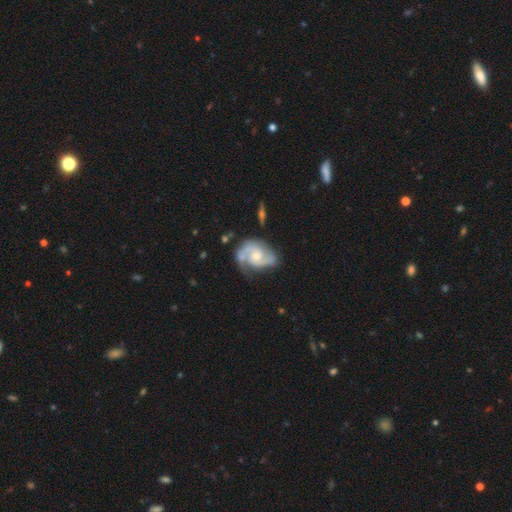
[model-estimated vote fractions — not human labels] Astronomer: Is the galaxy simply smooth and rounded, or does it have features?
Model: featured or disk — 87%.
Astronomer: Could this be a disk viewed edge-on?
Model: no — 98%.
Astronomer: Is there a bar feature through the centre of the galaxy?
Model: no — 63%.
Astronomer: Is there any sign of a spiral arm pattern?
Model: yes — 96%.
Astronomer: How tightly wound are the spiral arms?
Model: medium — 48% (runner-up: tight, 36%).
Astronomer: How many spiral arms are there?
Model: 2 — 80%.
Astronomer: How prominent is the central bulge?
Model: moderate — 52% (runner-up: small, 42%).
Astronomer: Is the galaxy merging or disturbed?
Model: none — 58%.